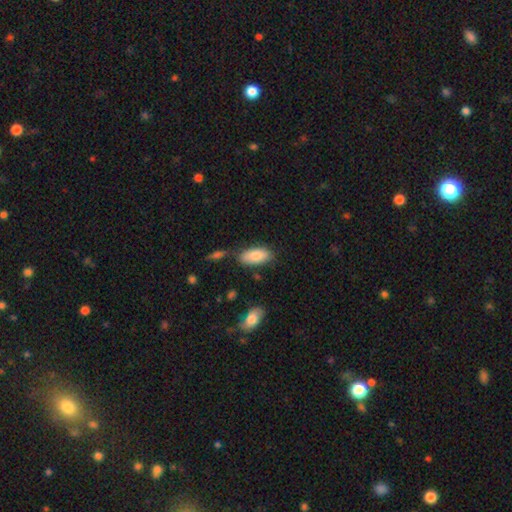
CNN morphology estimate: Smooth or featured? smooth (84%)
How rounded? in between (90%)
Merging? none (71%)